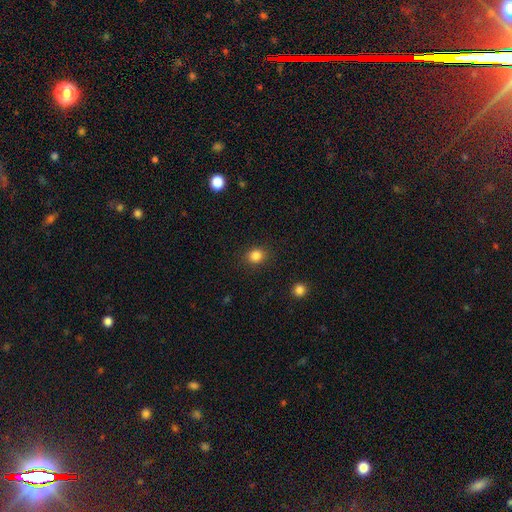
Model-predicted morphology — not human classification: Smooth or featured: smooth — 85% (star or artifact — 11%)
How rounded: round — 73% (in between — 26%)
Merging: none — 87% (minor disturbance — 9%)